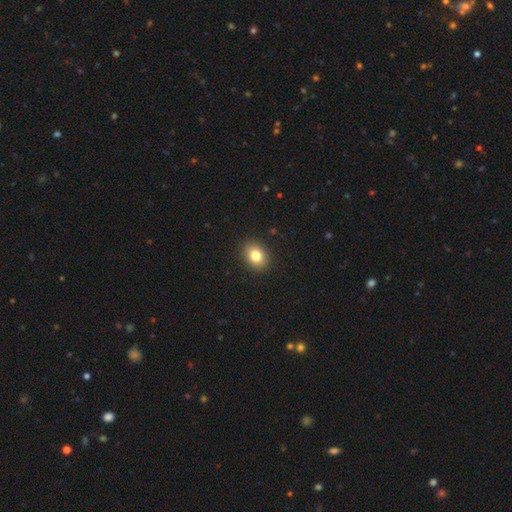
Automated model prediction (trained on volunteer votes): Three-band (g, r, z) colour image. It shows a smooth galaxy with no disk features (82%) that is in between round and cigar-shaped (57%). Merging: none (90%).